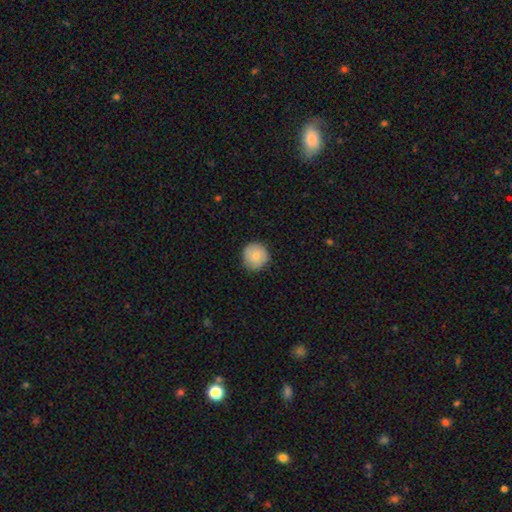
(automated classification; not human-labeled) Morphology: type=smooth (74%); roundness=round (94%); merging=none (85%).